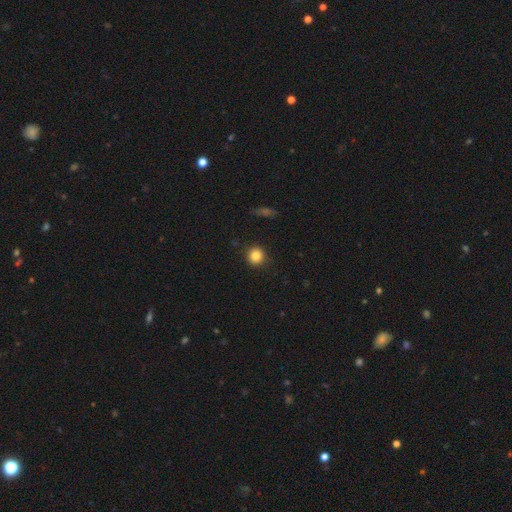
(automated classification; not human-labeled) This appears to be a smooth galaxy with no disk features (85%) that is round (92%). Merging: none (90%).